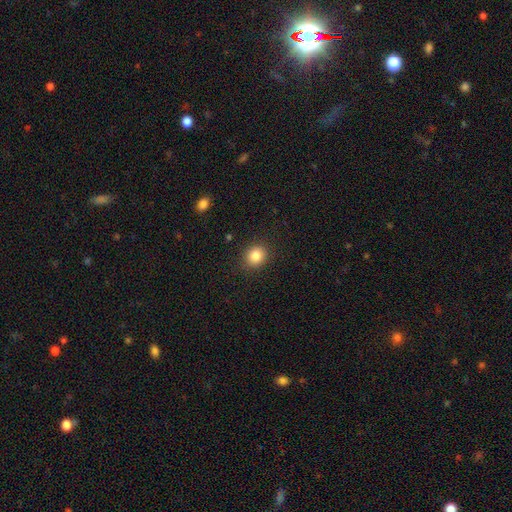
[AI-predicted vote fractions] smooth_or_featured: smooth (p=0.84) [alt: star or artifact p=0.10]
how_rounded: round (p=0.82) [alt: in between p=0.17]
merging: none (p=0.89) [alt: minor disturbance p=0.08]